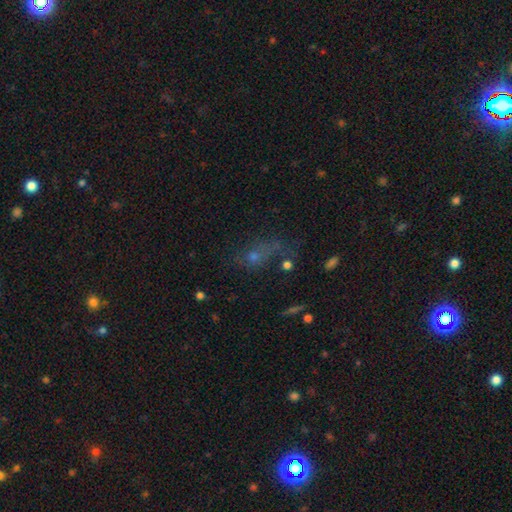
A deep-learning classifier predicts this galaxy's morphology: This appears to be a smooth galaxy with no disk features (43%). Merging: none (45%).